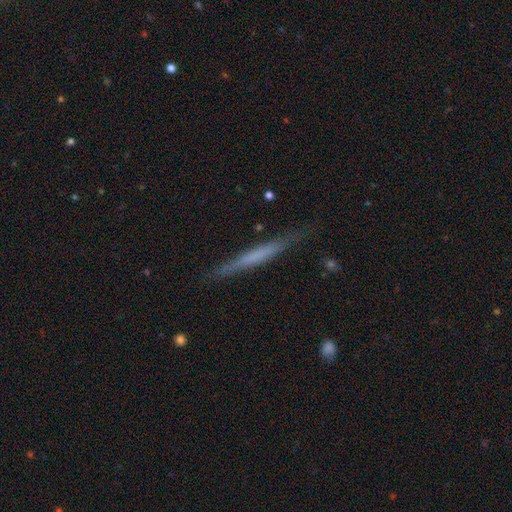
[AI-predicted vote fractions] A featured or disk galaxy (50%).

Vote fractions:
- Smooth or featured? featured or disk: 50% / smooth: 44% / star or artifact: 6%
- Merging? none: 85% / minor disturbance: 11% / major disturbance: 3% / merger: 1%